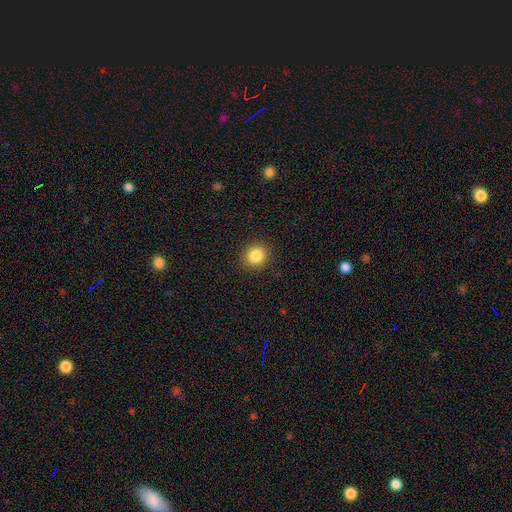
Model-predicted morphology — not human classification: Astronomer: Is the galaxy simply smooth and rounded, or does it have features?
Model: smooth — 85%.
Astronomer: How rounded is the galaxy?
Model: round — 86%.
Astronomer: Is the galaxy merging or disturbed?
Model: none — 90%.